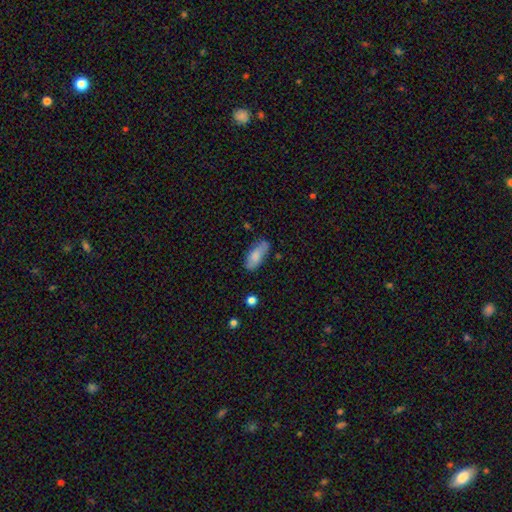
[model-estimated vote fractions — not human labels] Smooth or featured: smooth — 78% (featured or disk — 15%)
How rounded: in between — 79% (cigar-shaped — 19%)
Merging: none — 68% (minor disturbance — 23%)